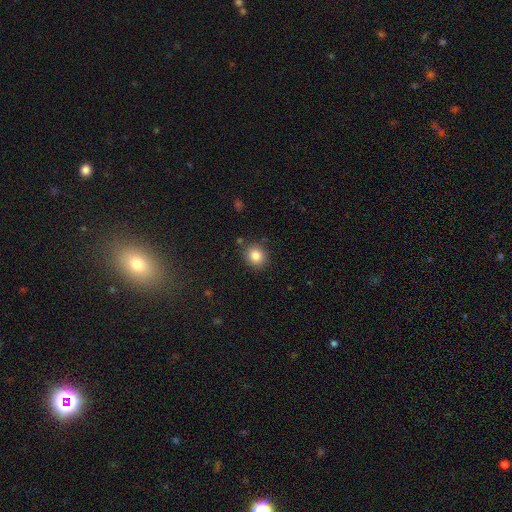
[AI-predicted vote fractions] smooth_or_featured: smooth (p=0.84) [alt: star or artifact p=0.10]
how_rounded: round (p=0.80) [alt: in between p=0.19]
merging: none (p=0.86) [alt: minor disturbance p=0.09]